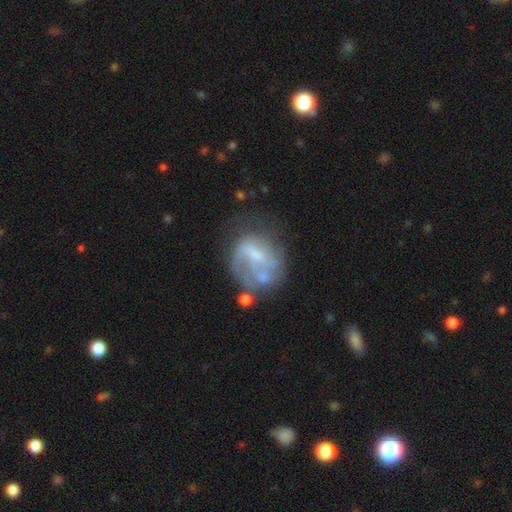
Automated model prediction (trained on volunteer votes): Smooth or featured? featured or disk (59%)
Edge-on disk? no (97%)
Bar? no (51%)
Spiral arms? no (55%)
Bulge size? small (35%)
Merging? none (38%)